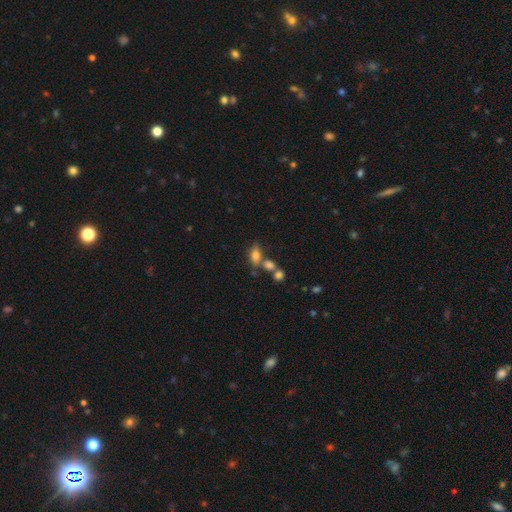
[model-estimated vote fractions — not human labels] smooth 66%, featured or disk 21%, star or artifact 13%. Down the decision tree: how rounded — in between (75%); merging — none (47%).